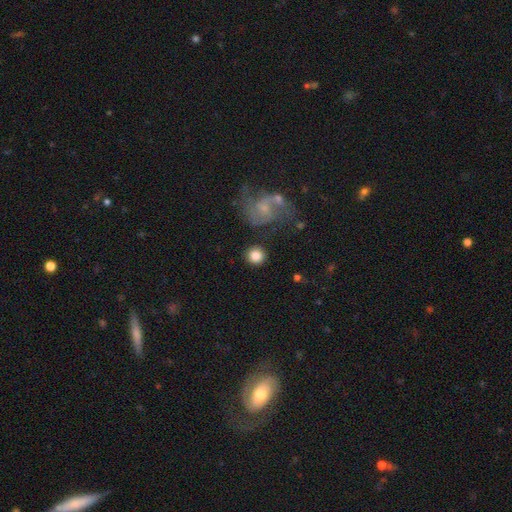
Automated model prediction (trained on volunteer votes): Smooth or featured?
  - smooth: 82% *
  - featured or disk: 10%
  - star or artifact: 8%
How rounded?
  - round: 92% *
  - in between: 7%
  - cigar-shaped: 1%
Merging?
  - none: 82% *
  - minor disturbance: 8%
  - merger: 5%
  - major disturbance: 4%